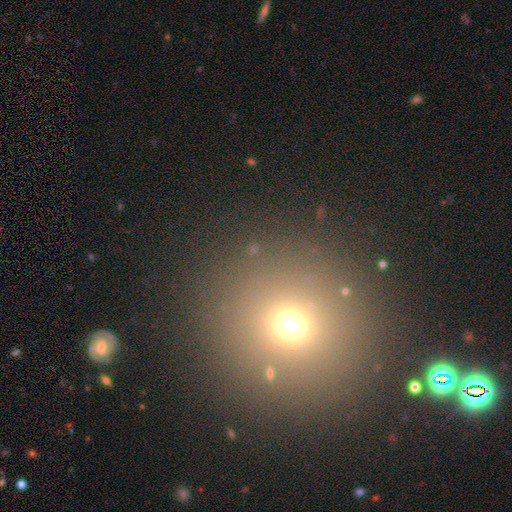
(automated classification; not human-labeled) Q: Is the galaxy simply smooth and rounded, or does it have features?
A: smooth — 64%.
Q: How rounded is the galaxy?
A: round — 91%.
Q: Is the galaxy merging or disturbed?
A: none — 86%.